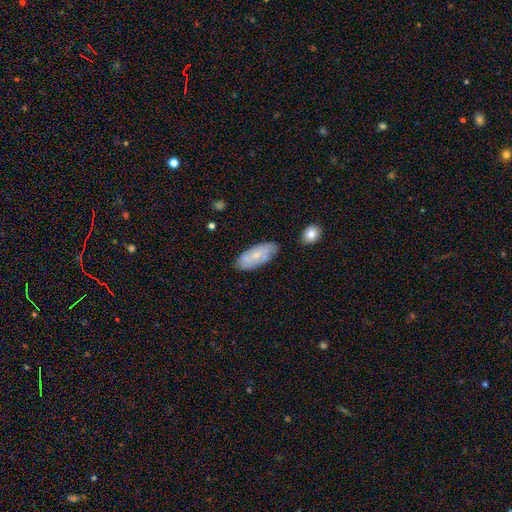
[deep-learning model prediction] Smooth or featured?
  - smooth: 49% *
  - featured or disk: 44%
  - star or artifact: 7%
Merging?
  - none: 73% *
  - minor disturbance: 20%
  - major disturbance: 4%
  - merger: 3%